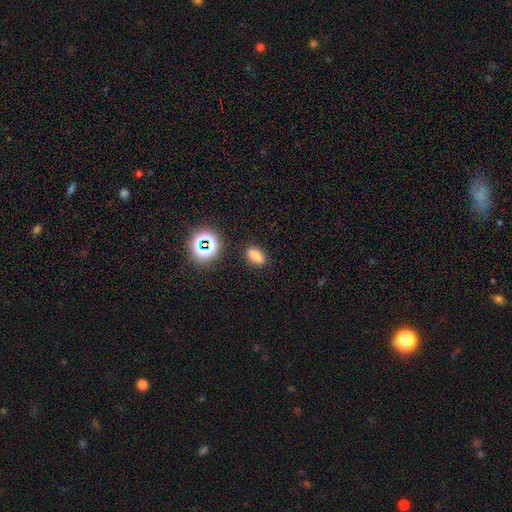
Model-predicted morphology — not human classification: Smooth or featured? smooth (75%)
How rounded? in between (75%)
Merging? none (85%)